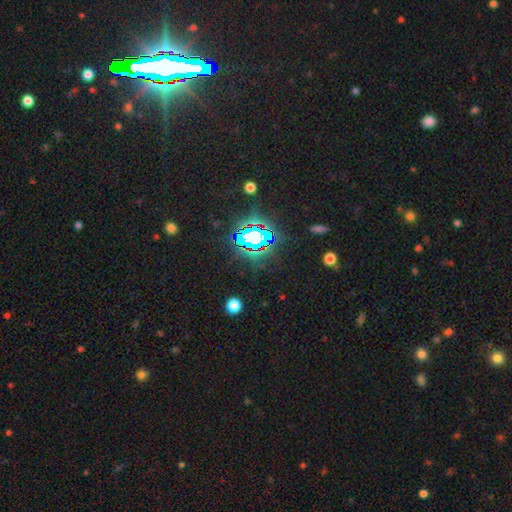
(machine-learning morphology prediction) The model was most divided on "smooth or featured": star or artifact: 82%, smooth: 11%, featured or disk: 7%.